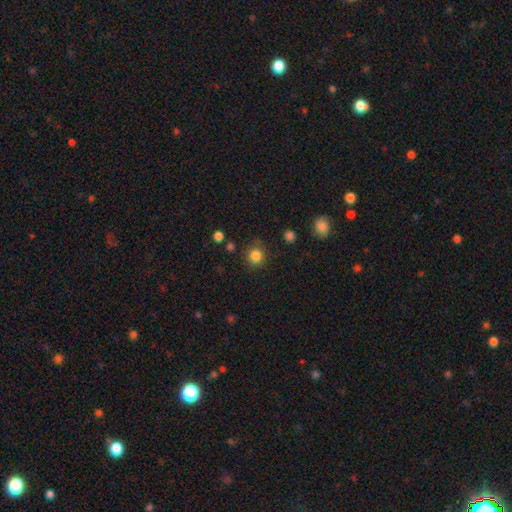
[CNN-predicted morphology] type=smooth (84%); roundness=round (92%); merging=none (85%).